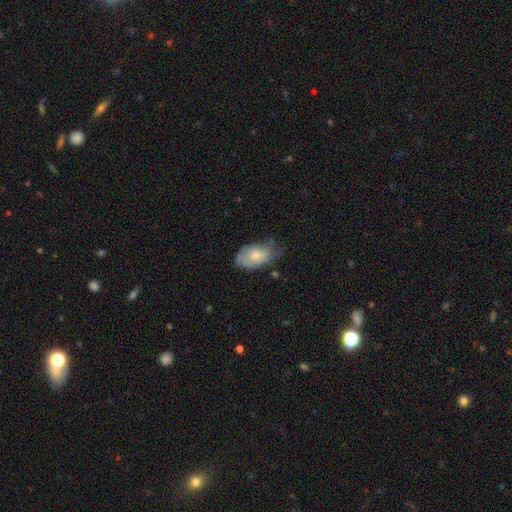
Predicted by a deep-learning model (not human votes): smooth-or-featured: smooth: 66% | featured or disk: 27% | star or artifact: 6%
  how-rounded: in between: 92% | round: 7% | cigar-shaped: 2%
  merging: minor disturbance: 42% | none: 38% | major disturbance: 18% | merger: 2%